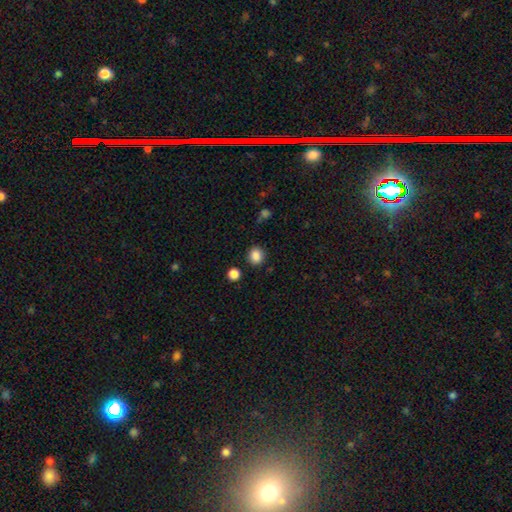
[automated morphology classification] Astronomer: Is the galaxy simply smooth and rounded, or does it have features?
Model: smooth — 86%.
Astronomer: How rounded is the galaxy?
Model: round — 78%.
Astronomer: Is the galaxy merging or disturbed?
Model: none — 87%.